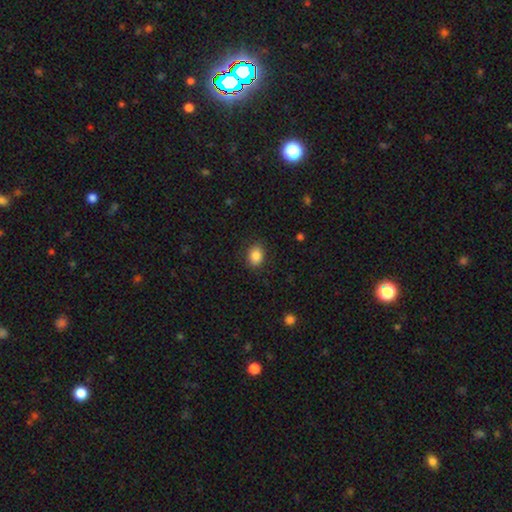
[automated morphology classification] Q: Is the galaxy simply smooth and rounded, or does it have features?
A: smooth — 86%.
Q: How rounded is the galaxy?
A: in between — 56%.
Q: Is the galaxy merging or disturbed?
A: none — 87%.